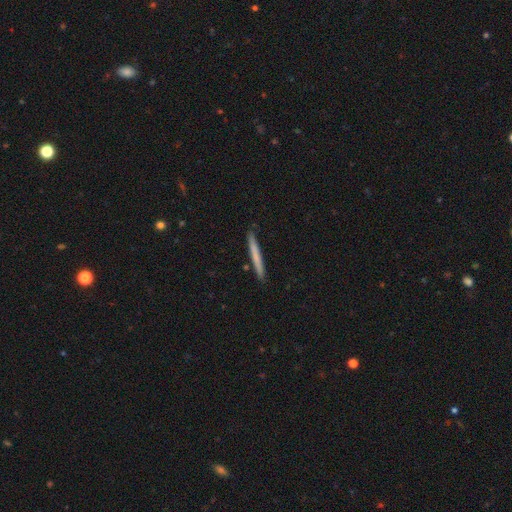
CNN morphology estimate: Smooth or featured?
  - smooth: 65% *
  - featured or disk: 29%
  - star or artifact: 5%
How rounded?
  - cigar-shaped: 97% *
  - in between: 2%
  - round: 1%
Merging?
  - none: 91% *
  - minor disturbance: 7%
  - merger: 1%
  - major disturbance: 1%